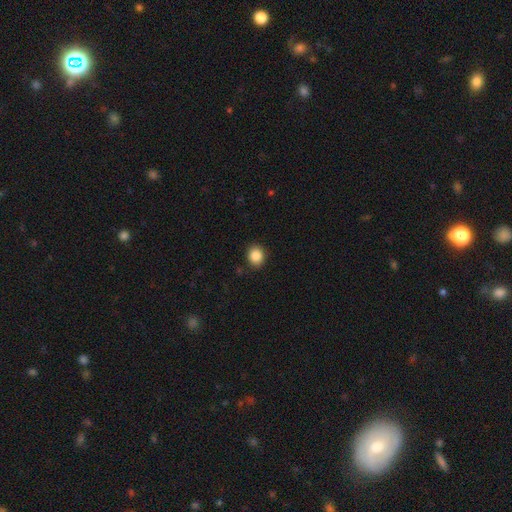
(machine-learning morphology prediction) Smooth or featured?
  - smooth: 87% *
  - star or artifact: 9%
  - featured or disk: 4%
How rounded?
  - round: 71% *
  - in between: 28%
  - cigar-shaped: 1%
Merging?
  - none: 88% *
  - minor disturbance: 8%
  - major disturbance: 2%
  - merger: 1%